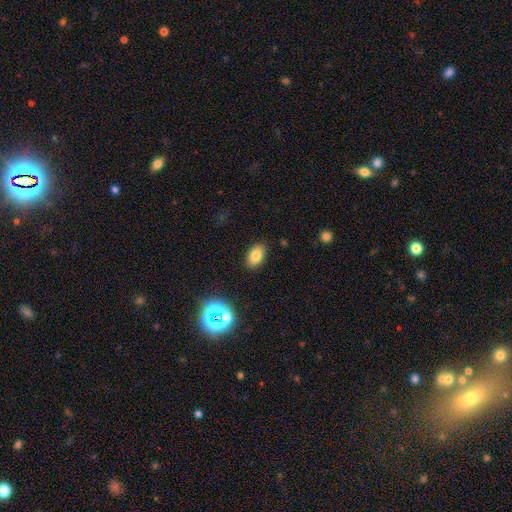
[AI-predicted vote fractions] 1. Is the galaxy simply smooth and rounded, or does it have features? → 78% smooth, 12% star or artifact, 10% featured or disk.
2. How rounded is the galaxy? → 90% in between, 8% round, 2% cigar-shaped.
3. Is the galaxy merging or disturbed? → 87% none, 9% minor disturbance, 2% major disturbance, 1% merger.